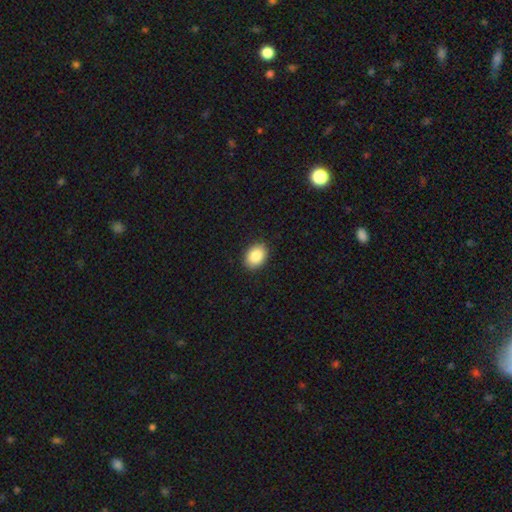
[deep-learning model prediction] Smooth or featured? smooth (86%)
How rounded? in between (71%)
Merging? none (90%)